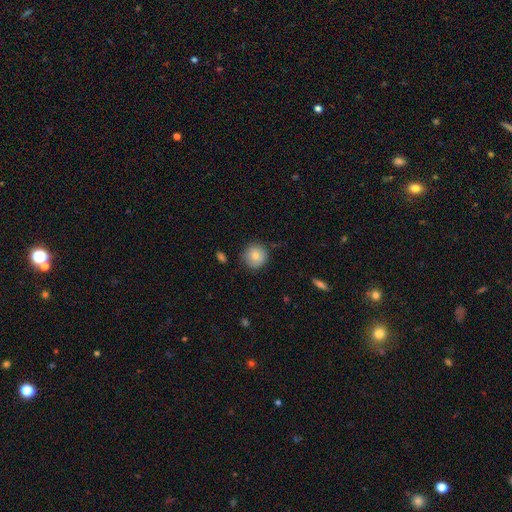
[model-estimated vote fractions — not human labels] Q: Smooth or featured?
A: smooth (77%); runner-up: featured or disk (14%)
Q: How rounded?
A: round (94%); runner-up: in between (5%)
Q: Merging?
A: none (81%); runner-up: minor disturbance (14%)